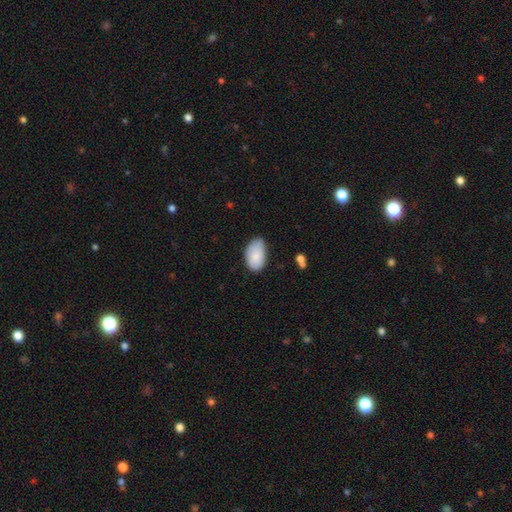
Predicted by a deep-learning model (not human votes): Smooth or featured? Predicted: smooth (p=0.84). How rounded? Predicted: in between (p=0.93). Merging? Predicted: none (p=0.66).